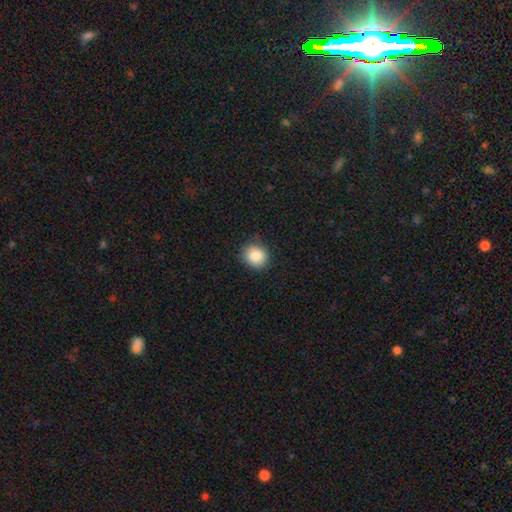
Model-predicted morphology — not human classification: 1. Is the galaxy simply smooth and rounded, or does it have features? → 85% smooth, 9% star or artifact, 6% featured or disk.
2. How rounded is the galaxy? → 80% round, 19% in between, 1% cigar-shaped.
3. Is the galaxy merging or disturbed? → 84% none, 12% minor disturbance, 2% major disturbance, 1% merger.